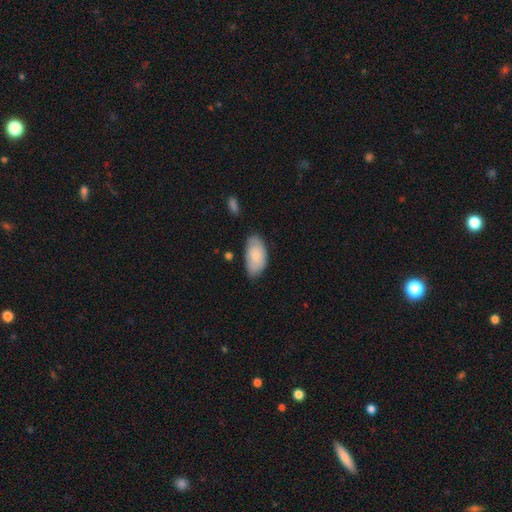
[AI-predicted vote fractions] smooth-or-featured: smooth: 79% | featured or disk: 16% | star or artifact: 6%
  how-rounded: in between: 95% | round: 3% | cigar-shaped: 2%
  merging: none: 70% | minor disturbance: 24% | major disturbance: 4% | merger: 2%